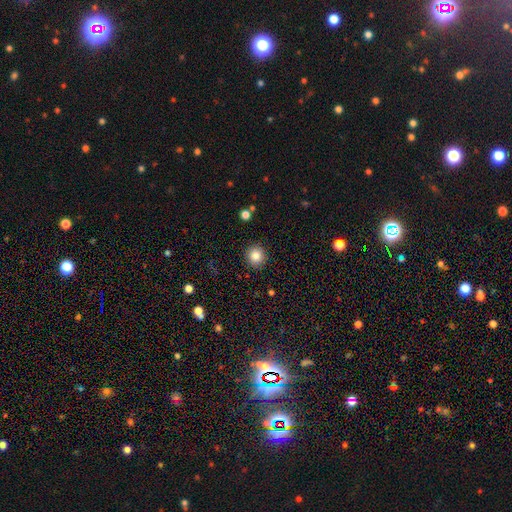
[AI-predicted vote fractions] Morphology: type=smooth (84%); roundness=round (91%); merging=none (91%).